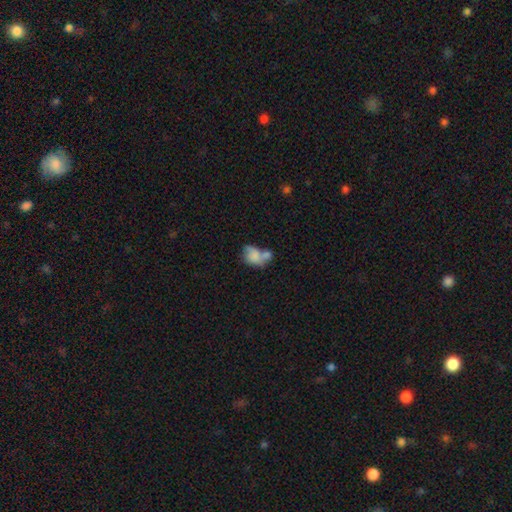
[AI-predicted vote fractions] This is likely a smooth galaxy (70%). How rounded: likely in between (71%). Merging: possibly merger (57%).